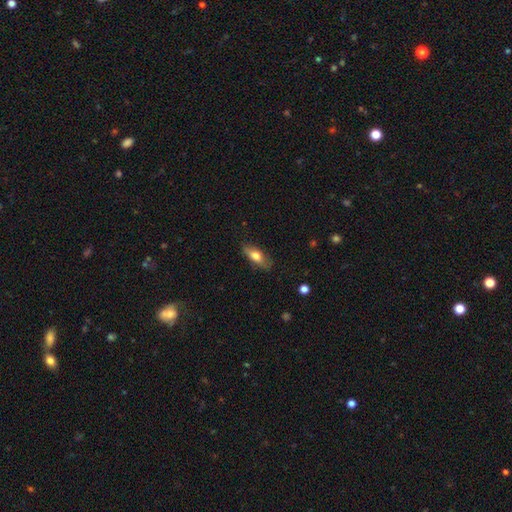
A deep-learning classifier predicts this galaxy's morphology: smooth_or_featured: smooth (p=0.70) [alt: featured or disk p=0.24]
how_rounded: in between (p=0.68) [alt: cigar-shaped p=0.28]
merging: none (p=0.75) [alt: minor disturbance p=0.19]